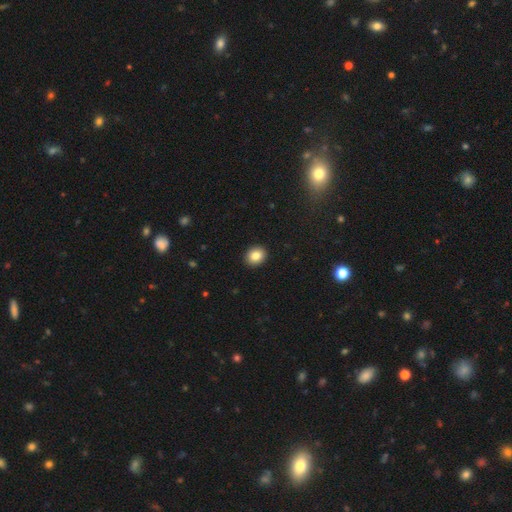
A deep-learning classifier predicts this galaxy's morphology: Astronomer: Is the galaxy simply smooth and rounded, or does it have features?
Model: smooth — 85%.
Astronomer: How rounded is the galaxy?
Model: round — 60% (runner-up: in between, 39%).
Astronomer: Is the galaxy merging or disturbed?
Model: none — 92%.